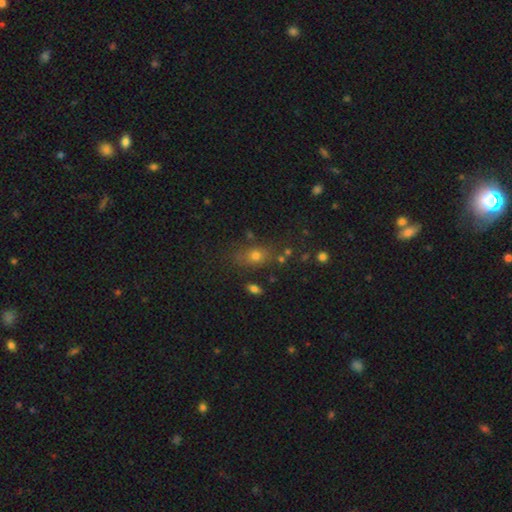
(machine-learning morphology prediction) type=smooth (68%); roundness=in between (60%); merging=none (72%).